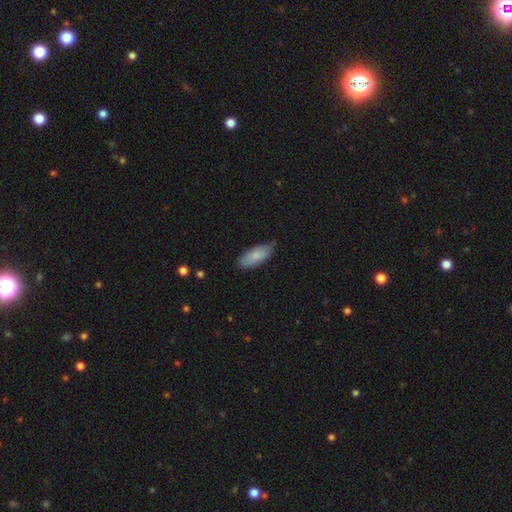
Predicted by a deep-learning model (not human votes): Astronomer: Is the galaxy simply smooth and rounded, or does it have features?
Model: smooth — 83%.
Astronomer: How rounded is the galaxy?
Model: in between — 82%.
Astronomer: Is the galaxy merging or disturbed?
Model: none — 68%.